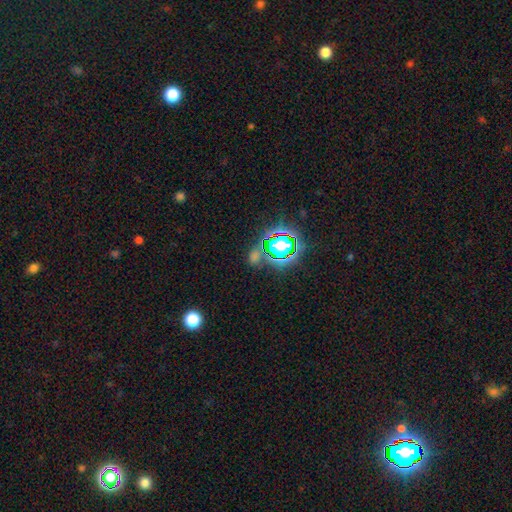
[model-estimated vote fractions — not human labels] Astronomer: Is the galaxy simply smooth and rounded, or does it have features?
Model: star or artifact — 57% (runner-up: smooth, 32%).